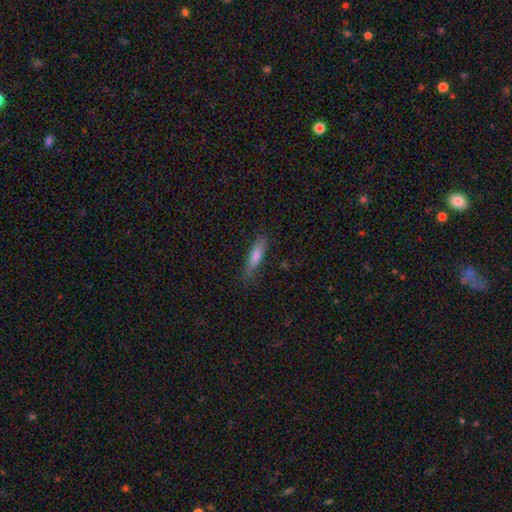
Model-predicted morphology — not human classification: Smooth or featured? Predicted: smooth (p=0.69). How rounded? Predicted: cigar-shaped (p=0.80). Merging? Predicted: none (p=0.78).